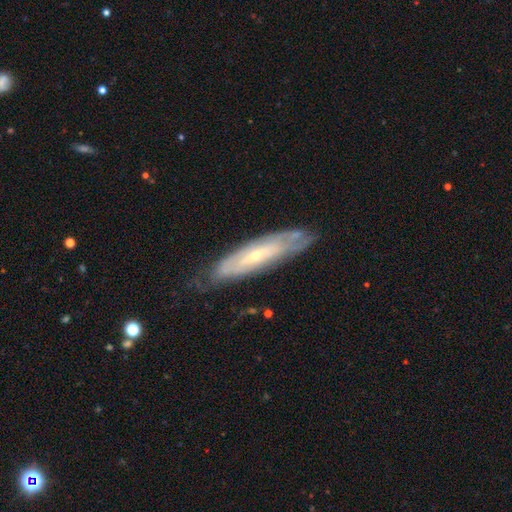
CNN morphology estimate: The model was most divided on "edge-on disk": no: 65%, yes: 35%. More confident: smooth or featured — featured or disk (73%); merging — none (69%).